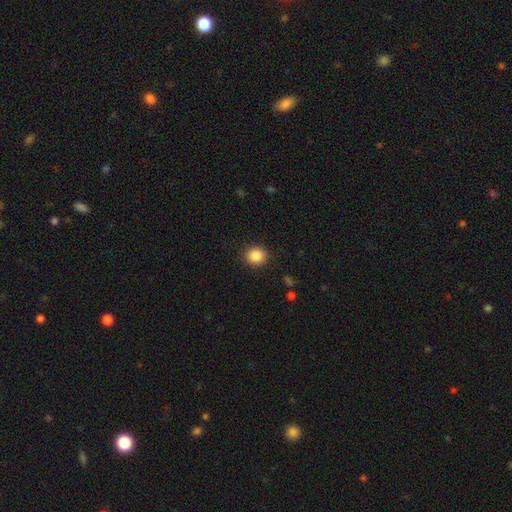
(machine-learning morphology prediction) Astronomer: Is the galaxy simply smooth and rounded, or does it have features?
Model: smooth — 88%.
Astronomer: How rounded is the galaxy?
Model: round — 79%.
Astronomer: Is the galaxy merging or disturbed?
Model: none — 90%.